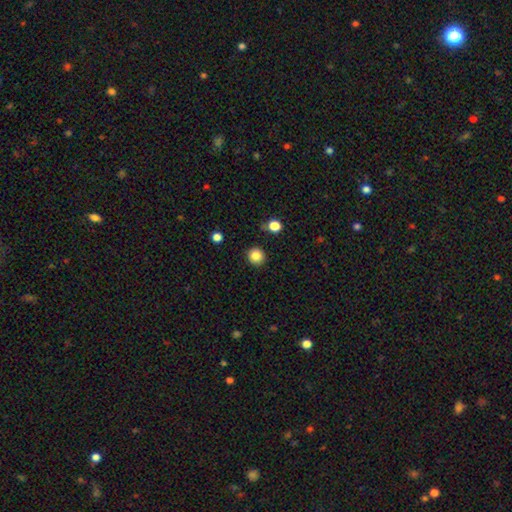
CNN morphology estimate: Overall: smooth (85%). How rounded: round (93%). Merging: none (89%).